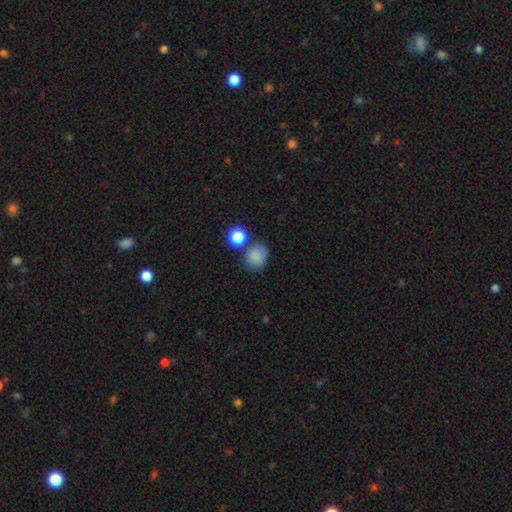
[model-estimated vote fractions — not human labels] Smooth or featured?
  - smooth: 84% *
  - star or artifact: 11%
  - featured or disk: 6%
How rounded?
  - round: 74% *
  - in between: 25%
  - cigar-shaped: 1%
Merging?
  - none: 70% *
  - minor disturbance: 14%
  - merger: 12%
  - major disturbance: 4%